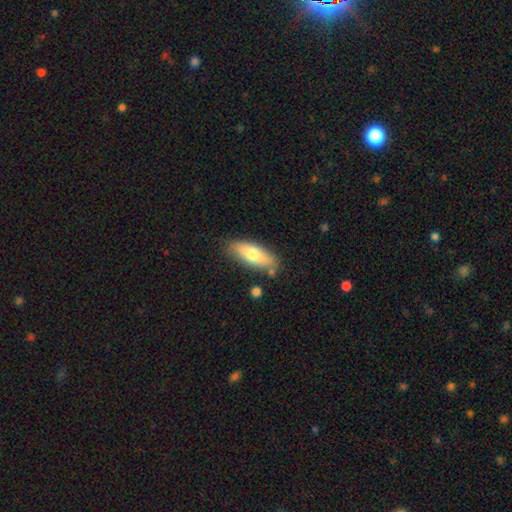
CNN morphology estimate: smooth 65%, featured or disk 28%, star or artifact 7%. Down the decision tree: how rounded — in between (64%); merging — none (82%).